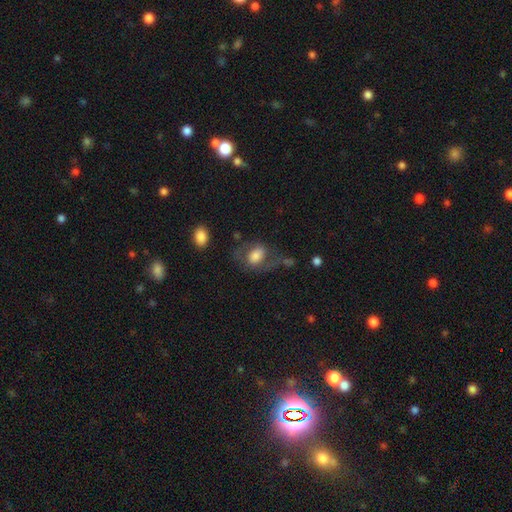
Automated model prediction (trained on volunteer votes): A smooth galaxy with no disk features (60%) that is in between round and cigar-shaped (72%).

Vote fractions:
- Smooth or featured? smooth: 60% / featured or disk: 32% / star or artifact: 8%
- How rounded? in between: 72% / round: 26% / cigar-shaped: 2%
- Merging? none: 47% / major disturbance: 26% / minor disturbance: 21% / merger: 6%